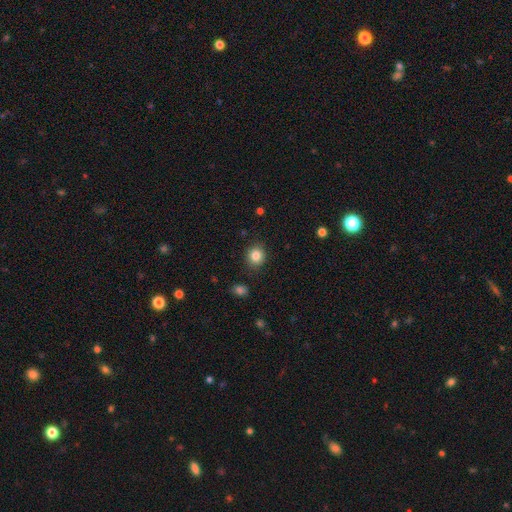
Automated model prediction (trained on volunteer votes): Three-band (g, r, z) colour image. It shows a smooth galaxy with no disk features (84%) that is round (83%). Merging: none (88%).